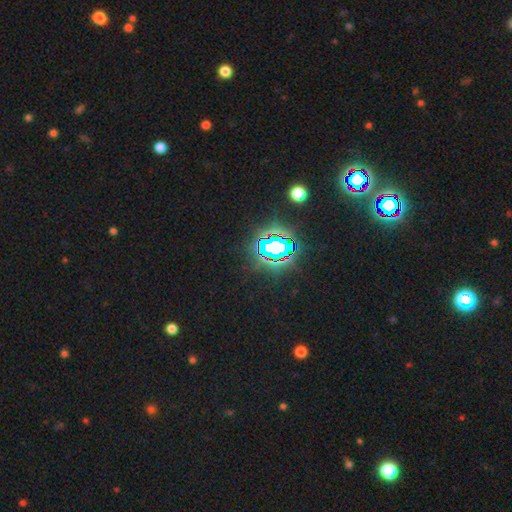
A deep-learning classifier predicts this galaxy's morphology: A star or artifact, not a galaxy (83%).